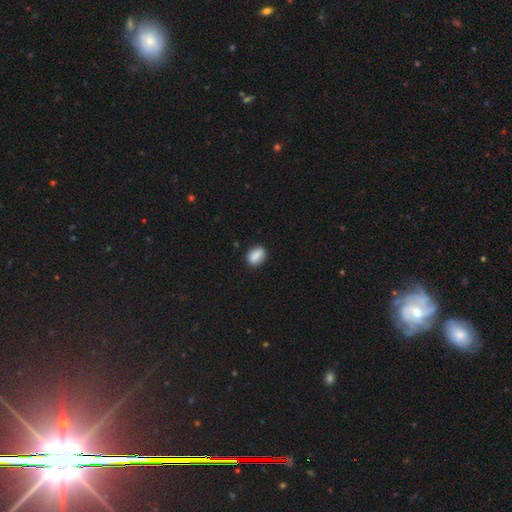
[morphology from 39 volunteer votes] Smooth or featured? smooth (90%)
How rounded? in between (74%)
Merging? none (95%)